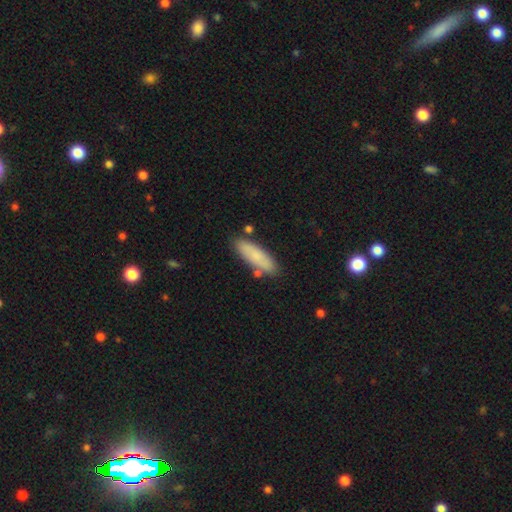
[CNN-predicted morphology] Smooth or featured? smooth (79%)
How rounded? cigar-shaped (53%)
Merging? none (81%)